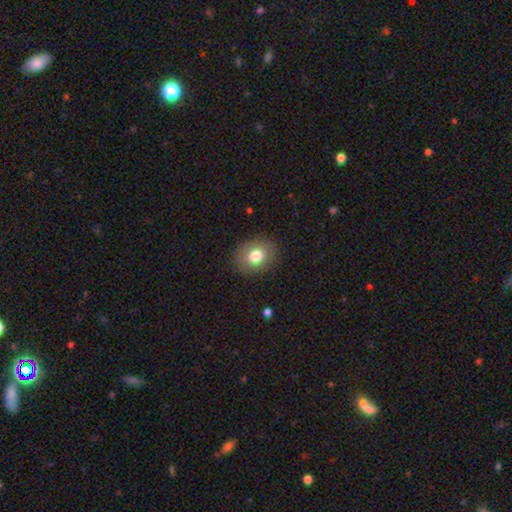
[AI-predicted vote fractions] A smooth galaxy with no disk features (78%) that is in between round and cigar-shaped (57%).

Vote fractions:
- Smooth or featured? smooth: 78% / featured or disk: 13% / star or artifact: 9%
- How rounded? in between: 57% / round: 42% / cigar-shaped: 1%
- Merging? none: 86% / minor disturbance: 10% / major disturbance: 3% / merger: 1%